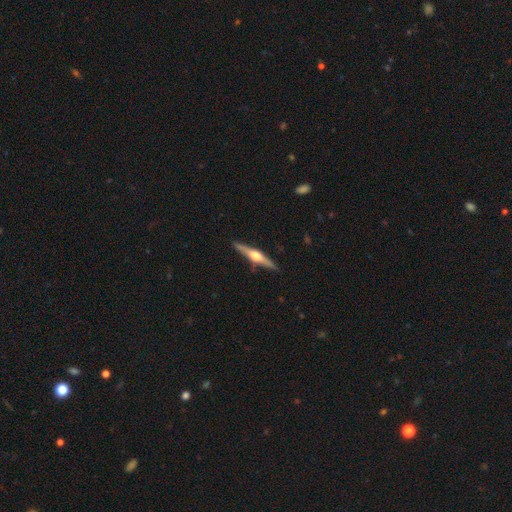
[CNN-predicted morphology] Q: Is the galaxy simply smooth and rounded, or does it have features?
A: featured or disk — 78%.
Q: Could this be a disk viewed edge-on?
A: yes — 98%.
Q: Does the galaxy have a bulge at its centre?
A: rounded — 93%.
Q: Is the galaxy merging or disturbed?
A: none — 90%.